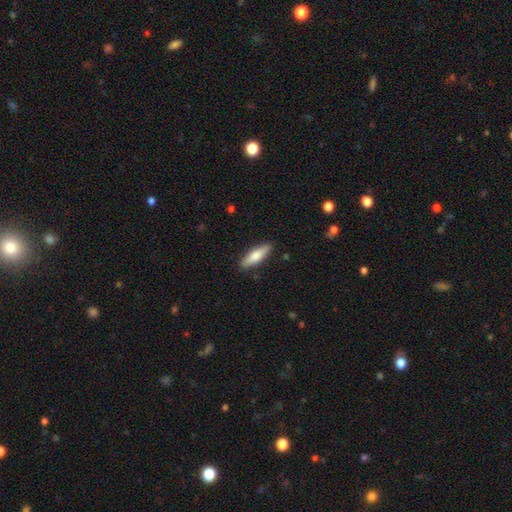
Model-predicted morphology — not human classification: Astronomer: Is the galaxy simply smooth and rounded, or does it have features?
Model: smooth — 68%.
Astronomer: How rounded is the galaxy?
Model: cigar-shaped — 60% (runner-up: in between, 38%).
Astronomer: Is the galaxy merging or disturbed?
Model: none — 88%.